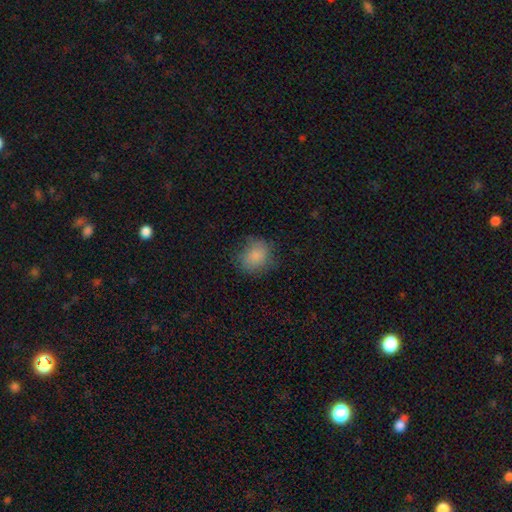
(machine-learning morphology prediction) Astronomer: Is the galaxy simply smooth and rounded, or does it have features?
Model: smooth — 82%.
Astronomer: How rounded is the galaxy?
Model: round — 65%.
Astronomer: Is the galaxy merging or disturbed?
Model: none — 70%.